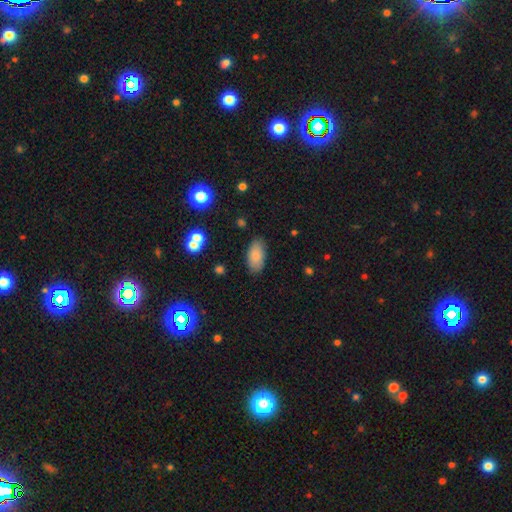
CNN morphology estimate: A smooth galaxy with no disk features (83%) that is in between round and cigar-shaped (93%). Merging: none (82%).